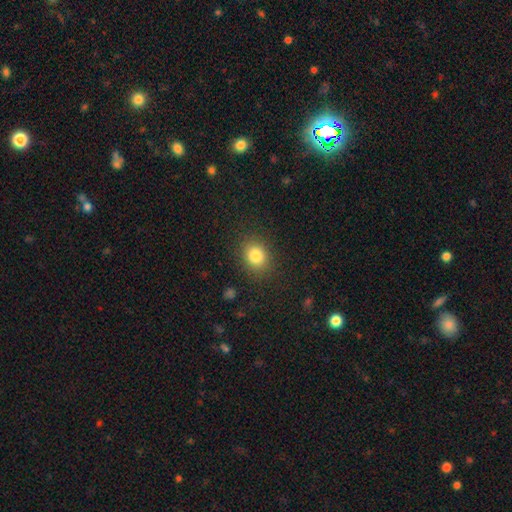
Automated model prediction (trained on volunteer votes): Smooth or featured: smooth — 83% (star or artifact — 11%)
How rounded: round — 60% (in between — 40%)
Merging: none — 86% (minor disturbance — 9%)